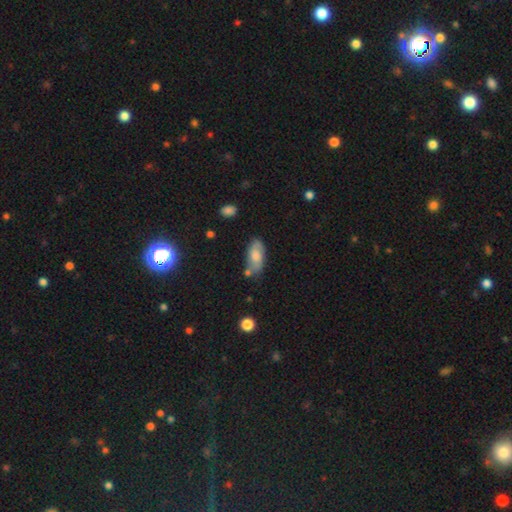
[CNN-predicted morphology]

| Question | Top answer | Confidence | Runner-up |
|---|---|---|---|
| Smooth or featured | smooth | 55% | featured or disk (37%) |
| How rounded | in between | 88% | cigar-shaped (8%) |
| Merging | none | 62% | minor disturbance (23%) |